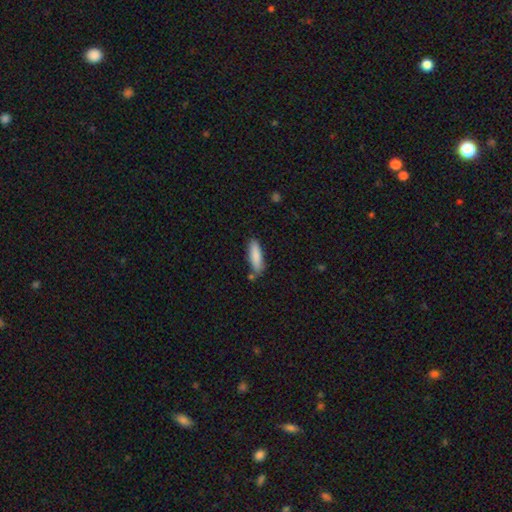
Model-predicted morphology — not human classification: smooth 87%, featured or disk 7%, star or artifact 6%. Down the decision tree: how rounded — cigar-shaped (61%); merging — none (72%).